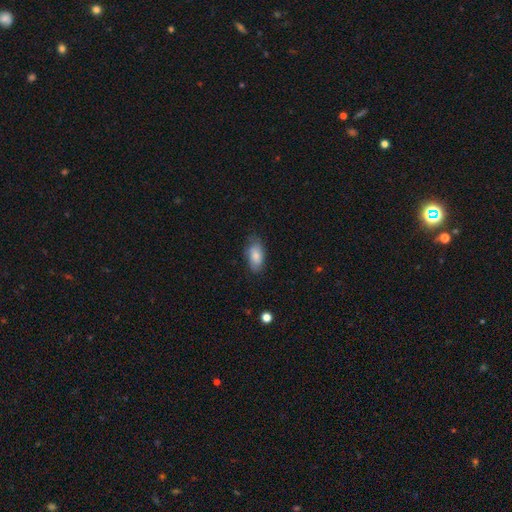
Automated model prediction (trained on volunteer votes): Smooth or featured? smooth (81%)
How rounded? in between (91%)
Merging? none (71%)